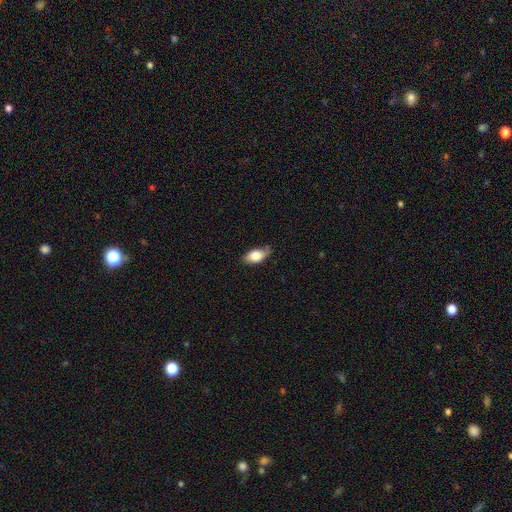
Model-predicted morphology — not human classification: A smooth galaxy with no disk features (77%) that is in between round and cigar-shaped (90%). Merging: none (59%).